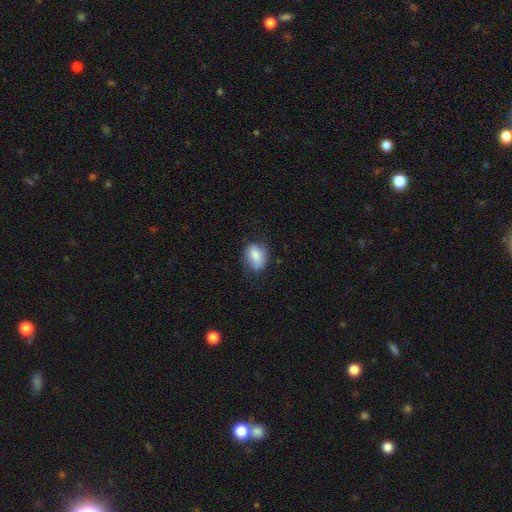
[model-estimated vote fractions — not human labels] Smooth or featured? Predicted: smooth (p=0.82). How rounded? Predicted: in between (p=0.72). Merging? Predicted: none (p=0.65).